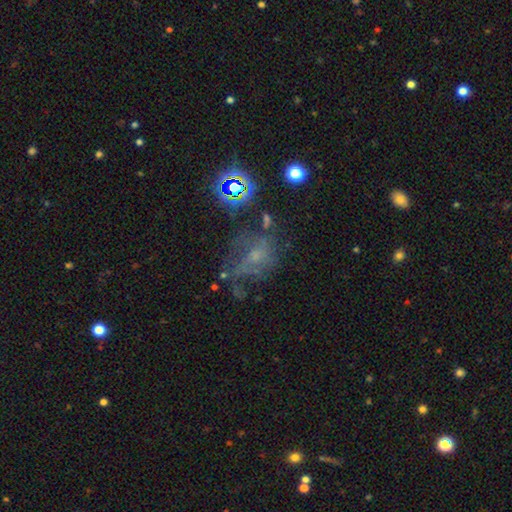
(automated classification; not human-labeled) A featured or disk galaxy (45%). Merging: none (42%).